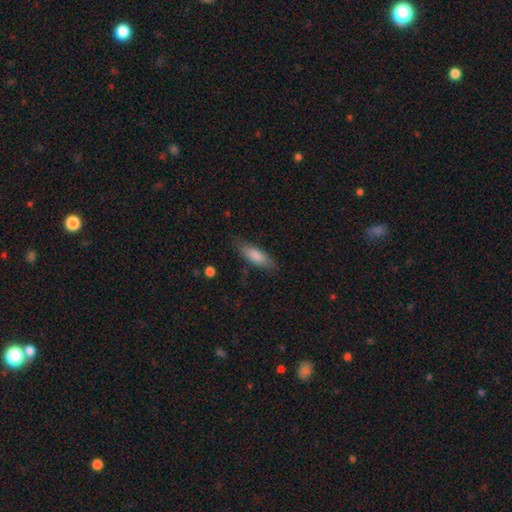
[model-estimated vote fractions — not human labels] Smooth or featured: smooth — 82% (featured or disk — 12%)
How rounded: in between — 59% (cigar-shaped — 40%)
Merging: none — 78% (minor disturbance — 16%)